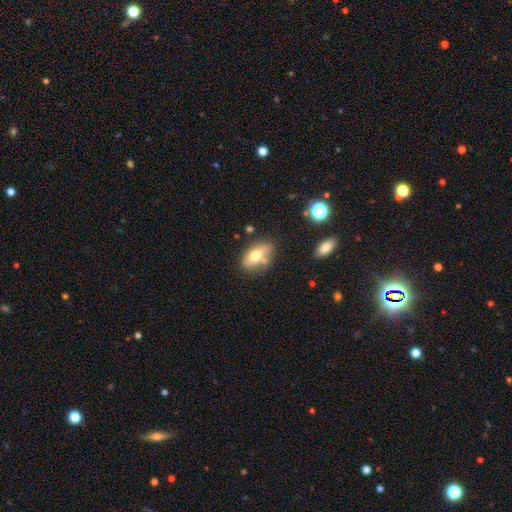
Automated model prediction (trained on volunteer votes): smooth_or_featured: smooth (p=0.66) [alt: featured or disk p=0.26]
how_rounded: in between (p=0.83) [alt: cigar-shaped p=0.11]
merging: none (p=0.63) [alt: minor disturbance p=0.19]